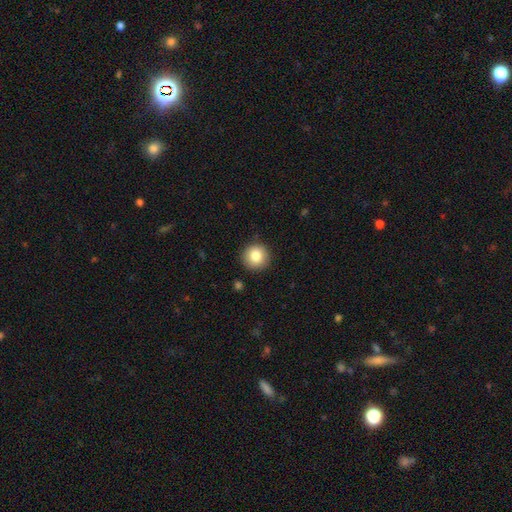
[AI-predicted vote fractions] Smooth or featured?
  - smooth: 85% *
  - star or artifact: 9%
  - featured or disk: 6%
How rounded?
  - round: 94% *
  - in between: 5%
  - cigar-shaped: 1%
Merging?
  - none: 90% *
  - minor disturbance: 6%
  - major disturbance: 2%
  - merger: 1%